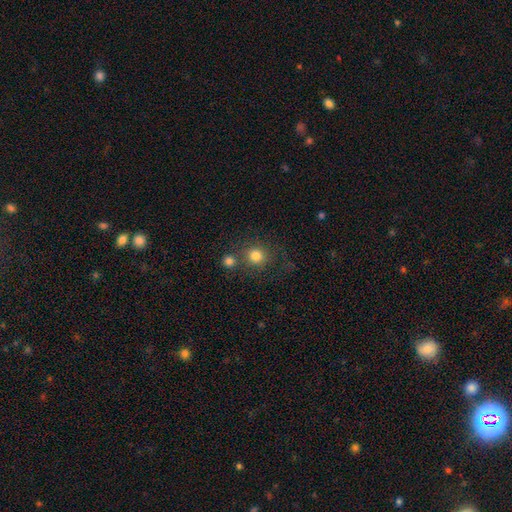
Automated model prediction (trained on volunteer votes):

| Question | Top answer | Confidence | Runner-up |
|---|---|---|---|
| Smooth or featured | smooth | 81% | star or artifact (12%) |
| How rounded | round | 90% | in between (9%) |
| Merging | none | 67% | merger (19%) |